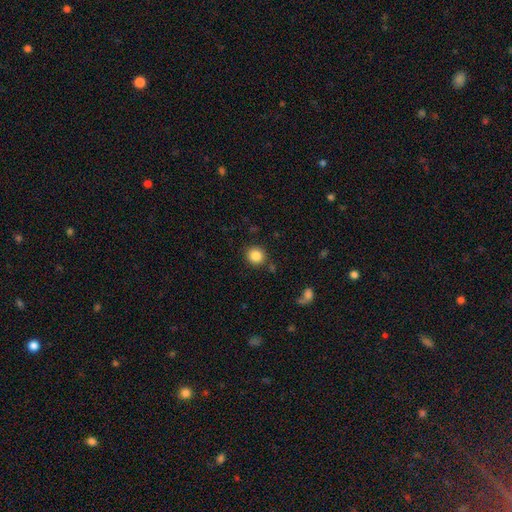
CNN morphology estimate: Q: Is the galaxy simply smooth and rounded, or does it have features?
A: smooth — 85%.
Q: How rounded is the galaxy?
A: round — 89%.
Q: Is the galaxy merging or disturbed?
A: none — 87%.